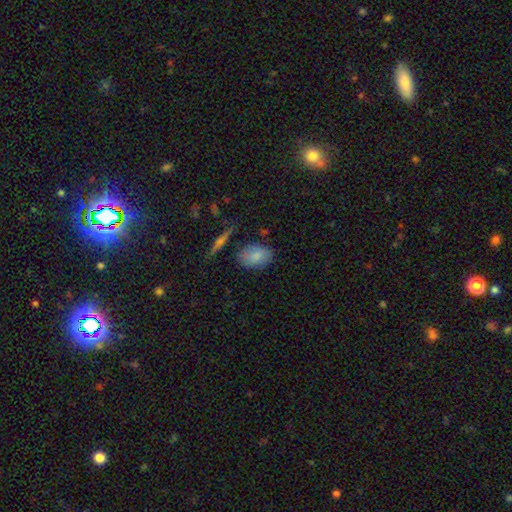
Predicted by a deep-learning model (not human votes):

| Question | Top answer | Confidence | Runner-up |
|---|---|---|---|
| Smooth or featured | smooth | 83% | featured or disk (11%) |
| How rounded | in between | 86% | round (12%) |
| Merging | none | 77% | minor disturbance (16%) |